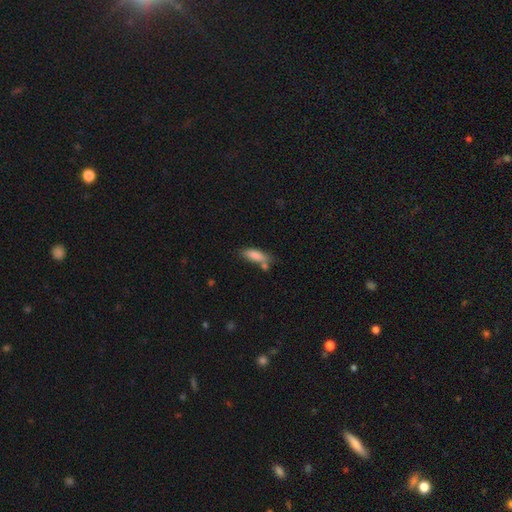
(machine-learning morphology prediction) This appears to be a smooth galaxy with no disk features (82%) that is in between round and cigar-shaped (56%). Merging: none (58%).